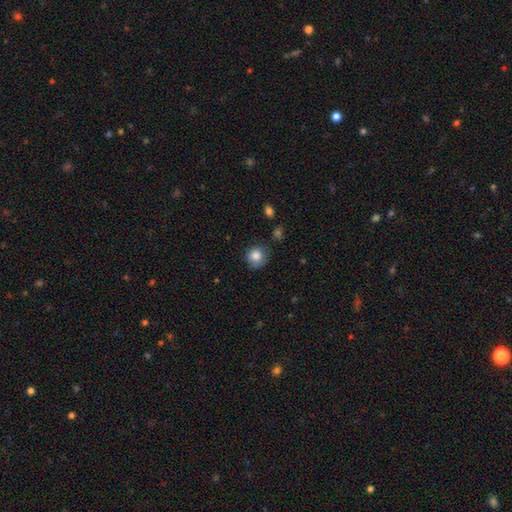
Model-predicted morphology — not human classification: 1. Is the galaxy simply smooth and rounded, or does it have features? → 84% smooth, 9% star or artifact, 7% featured or disk.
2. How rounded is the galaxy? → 86% round, 13% in between, 1% cigar-shaped.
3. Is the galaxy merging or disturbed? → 72% none, 20% minor disturbance, 5% major disturbance, 2% merger.